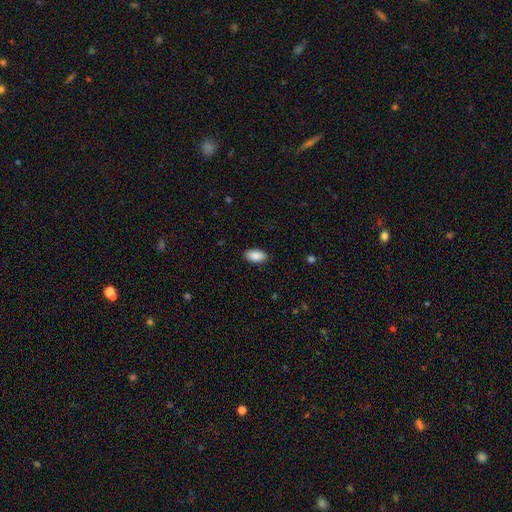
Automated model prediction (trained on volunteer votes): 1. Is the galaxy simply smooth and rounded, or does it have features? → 89% smooth, 7% star or artifact, 4% featured or disk.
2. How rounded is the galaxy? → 94% in between, 3% cigar-shaped, 3% round.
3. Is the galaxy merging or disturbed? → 88% none, 9% minor disturbance, 2% major disturbance, 1% merger.